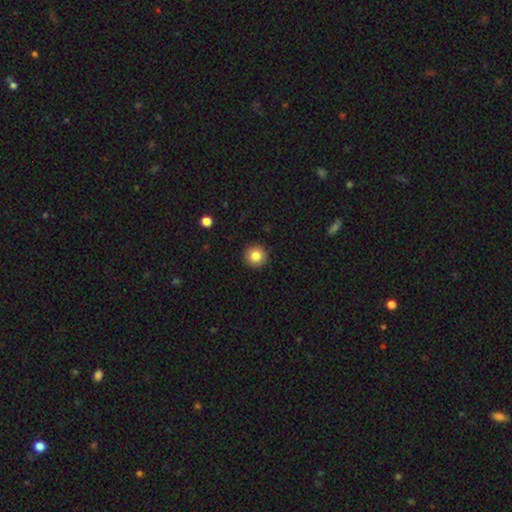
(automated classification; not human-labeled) Smooth or featured? smooth (84%)
How rounded? round (95%)
Merging? none (92%)